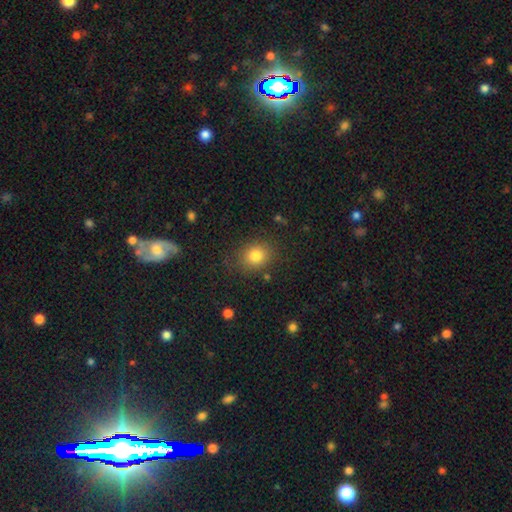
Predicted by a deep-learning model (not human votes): A smooth galaxy with no disk features (80%) that is round (70%).

Vote fractions:
- Smooth or featured? smooth: 80% / star or artifact: 12% / featured or disk: 7%
- How rounded? round: 70% / in between: 29% / cigar-shaped: 1%
- Merging? none: 81% / minor disturbance: 13% / major disturbance: 5% / merger: 2%